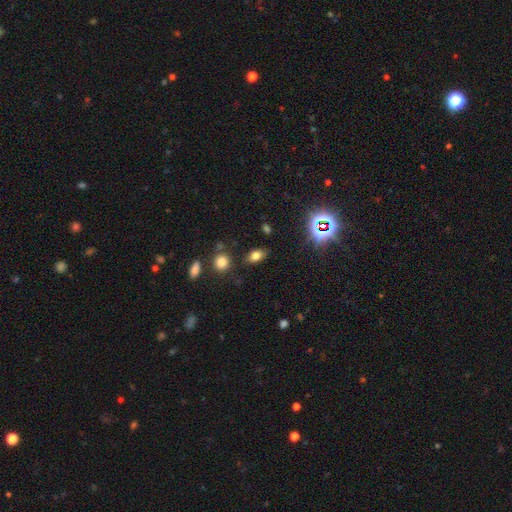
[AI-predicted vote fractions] smooth-or-featured: smooth: 74% | star or artifact: 16% | featured or disk: 10%
  how-rounded: in between: 85% | round: 12% | cigar-shaped: 3%
  merging: none: 82% | minor disturbance: 12% | merger: 3% | major disturbance: 3%